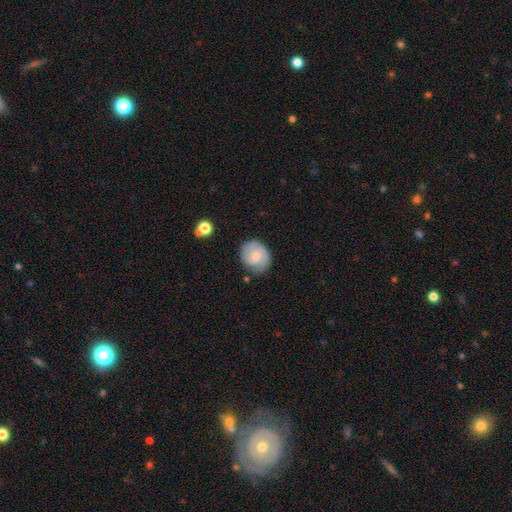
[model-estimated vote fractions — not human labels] smooth-or-featured: featured or disk: 51% | smooth: 42% | star or artifact: 7%
  disk-edge-on: no: 98% | yes: 2%
    bar: no: 69% | weak: 27% | strong: 4%
    has-spiral-arms: yes: 85% | no: 15%
    bulge-size: small: 54% | moderate: 40% | none: 3% | large: 2% | dominant: 1%
  merging: none: 72% | minor disturbance: 20% | major disturbance: 5% | merger: 2%